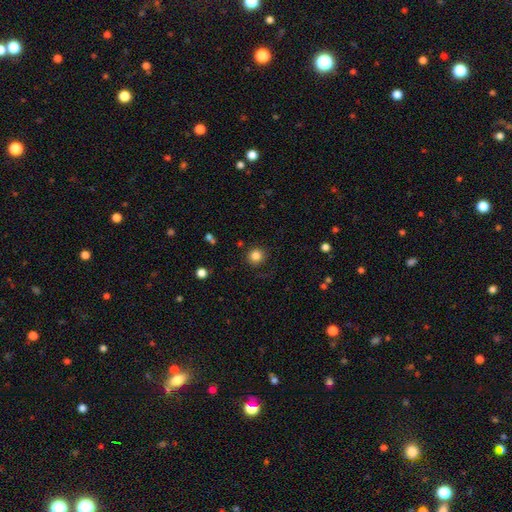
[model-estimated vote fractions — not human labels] smooth 83%, star or artifact 12%, featured or disk 5%. Down the decision tree: how rounded — round (91%); merging — none (87%).